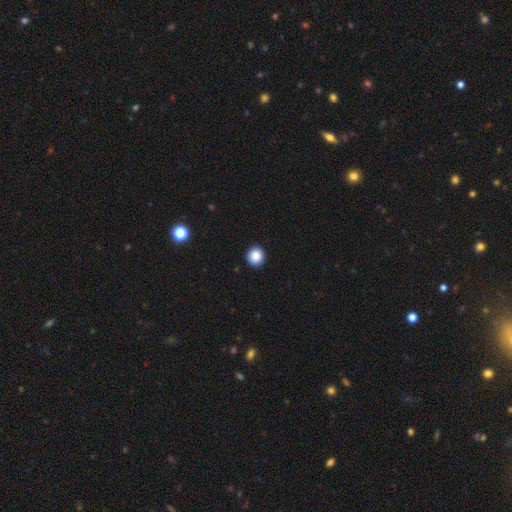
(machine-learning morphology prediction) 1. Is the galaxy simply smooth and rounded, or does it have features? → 87% smooth, 10% star or artifact, 4% featured or disk.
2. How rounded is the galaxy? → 93% round, 6% in between, 1% cigar-shaped.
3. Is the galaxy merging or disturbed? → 93% none, 4% minor disturbance, 1% major disturbance, 1% merger.